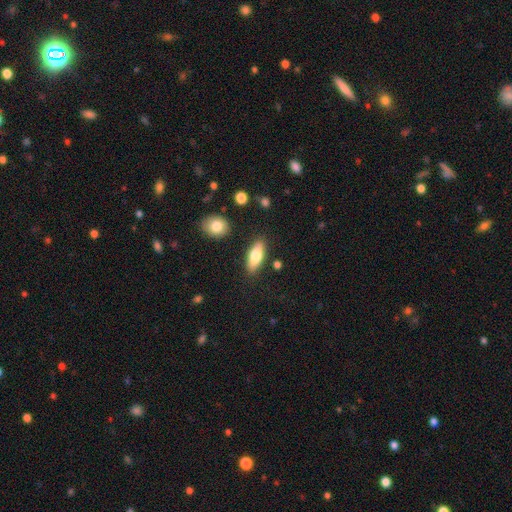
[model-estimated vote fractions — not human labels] A smooth galaxy with no disk features (73%) that is in between round and cigar-shaped (72%). Merging: none (84%).